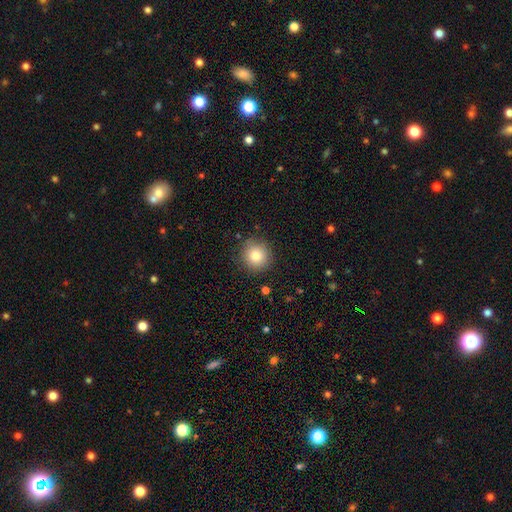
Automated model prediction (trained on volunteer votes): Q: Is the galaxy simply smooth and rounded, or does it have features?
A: smooth — 81%.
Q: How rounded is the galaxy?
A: round — 93%.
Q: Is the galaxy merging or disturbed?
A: none — 88%.